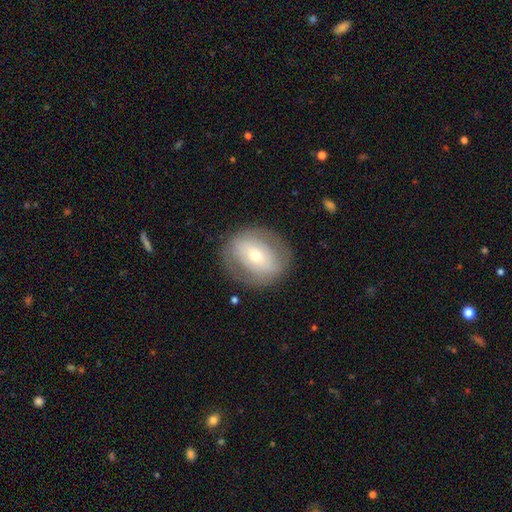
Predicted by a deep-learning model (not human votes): A featured or disk galaxy (47%). Merging: none (80%).